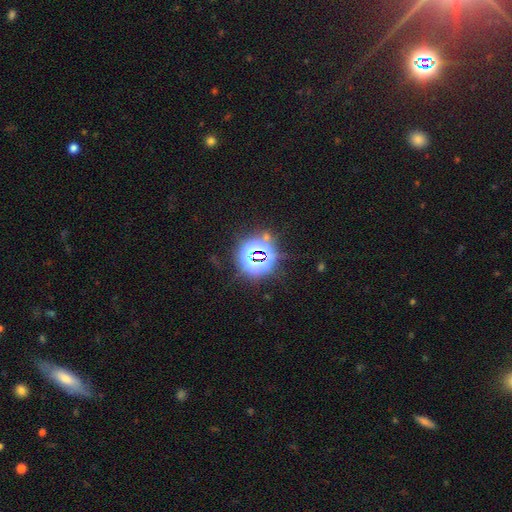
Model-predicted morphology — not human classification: Smooth or featured: star or artifact — 77% (smooth — 14%)